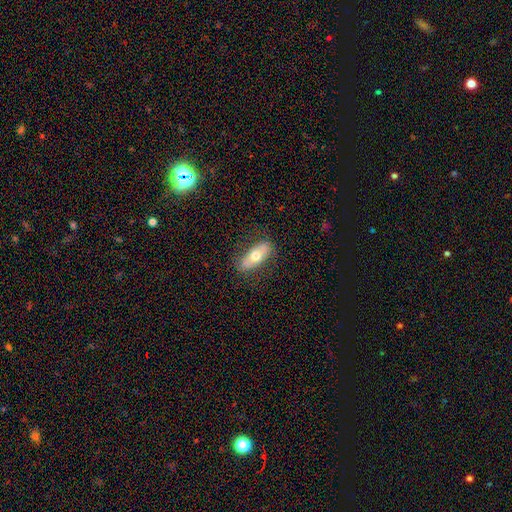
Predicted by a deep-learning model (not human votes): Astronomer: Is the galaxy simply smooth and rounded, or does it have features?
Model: smooth — 58% (runner-up: featured or disk, 36%).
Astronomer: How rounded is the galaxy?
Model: in between — 77%.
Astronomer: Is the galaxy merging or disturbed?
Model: none — 82%.